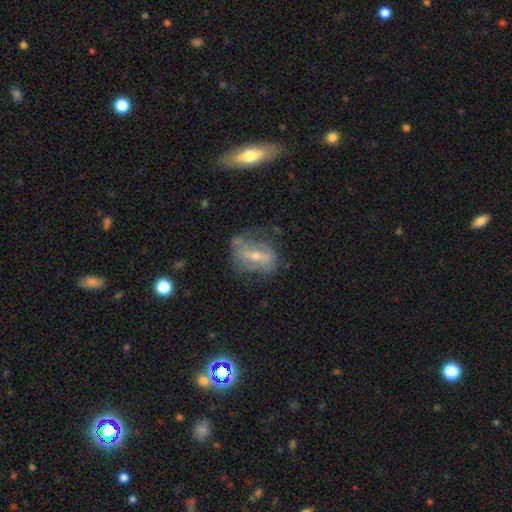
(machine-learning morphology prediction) featured or disk 67%, smooth 23%, star or artifact 10%. Down the decision tree: edge-on disk — no (88%); bar — strong (36%); spiral arms — yes (58%); bulge size — small (52%); merging — none (55%).